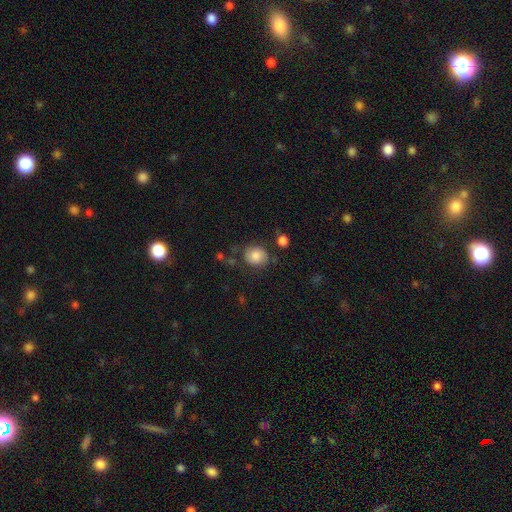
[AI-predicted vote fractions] This appears to be a smooth galaxy with no disk features (78%) that is round (75%). Merging: none (71%).